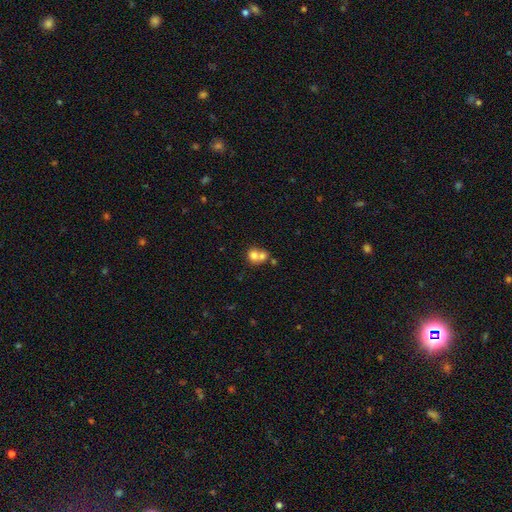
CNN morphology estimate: Overall: smooth (71%). How rounded: round (74%). Merging: merger (63%; none 28%).